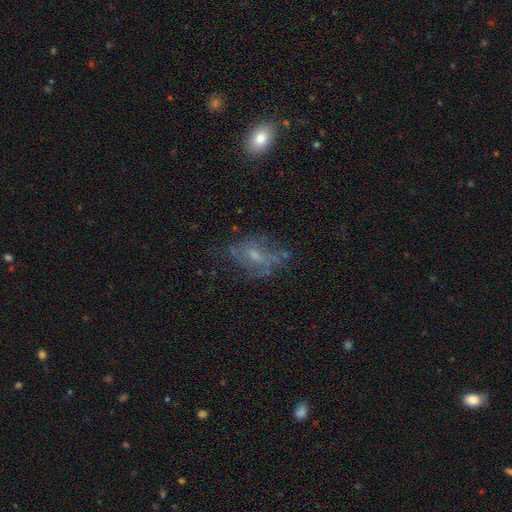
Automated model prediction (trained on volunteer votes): smooth_or_featured: featured or disk (p=0.53) [alt: smooth p=0.32]
disk_edge_on: no (p=0.93) [alt: yes p=0.07]
merging: none (p=0.47) [alt: major disturbance p=0.26]